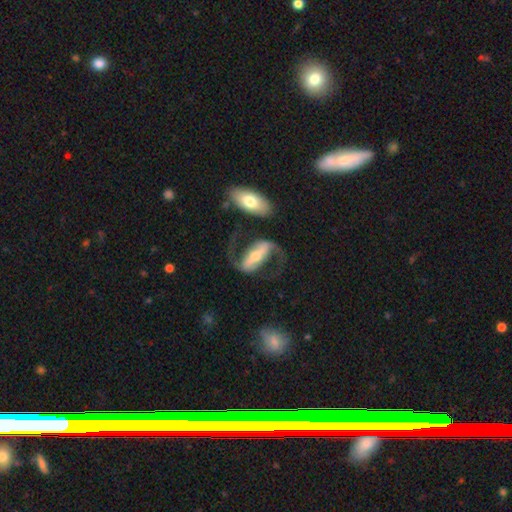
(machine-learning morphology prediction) Overall: featured or disk (85%). Edge-on disk: no (92%). Bar: strong (72%). Spiral arms: yes (91%). Spiral arm count: 2 (91%). Spiral winding: loose (56%; medium 35%). Bulge size: moderate (48%; small 38%). Merging: none (62%).